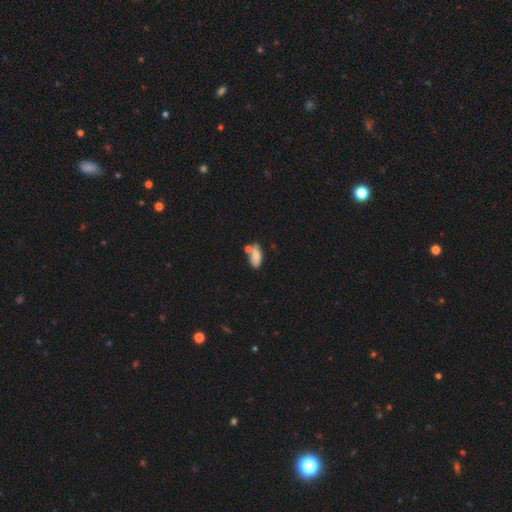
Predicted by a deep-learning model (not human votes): smooth 80%, featured or disk 12%, star or artifact 8%. Down the decision tree: how rounded — in between (86%); merging — none (51%).